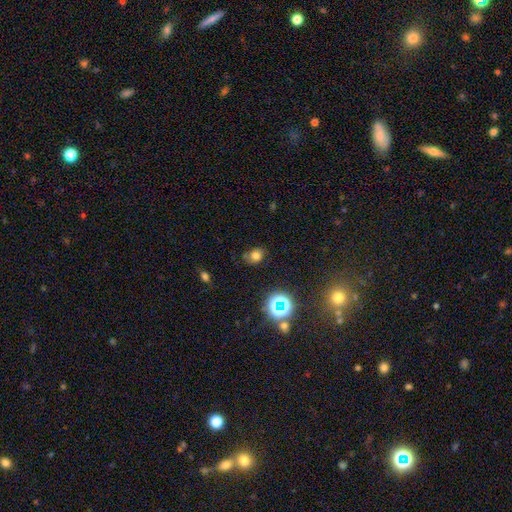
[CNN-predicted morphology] smooth_or_featured: smooth (p=0.67) [alt: star or artifact p=0.21]
how_rounded: round (p=0.50) [alt: in between p=0.49]
merging: none (p=0.67) [alt: minor disturbance p=0.22]